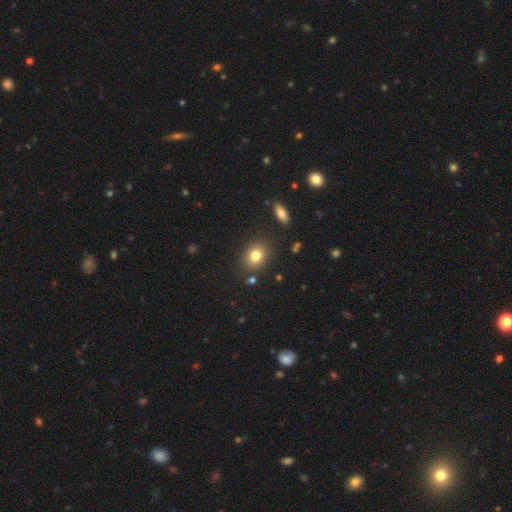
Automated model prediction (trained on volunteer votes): Morphology: type=smooth (81%); roundness=in between (57%); merging=none (83%).